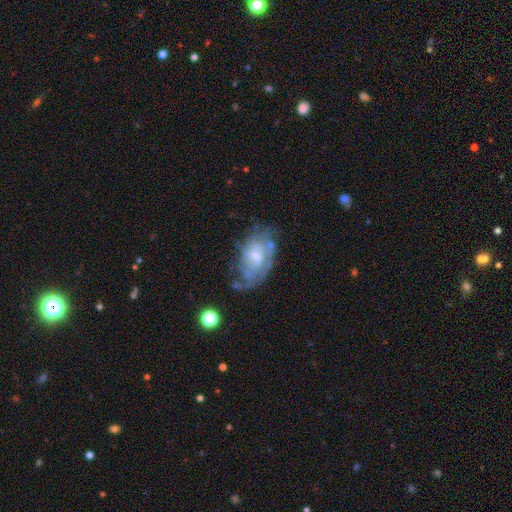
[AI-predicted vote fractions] This is likely a featured or disk galaxy (69%). It is clearly not viewed edge-on (95%). Bar: likely no (63%). Spiral arm pattern: likely yes (74%). Central bulge: possibly small (46%). Merging: possibly none (50%).